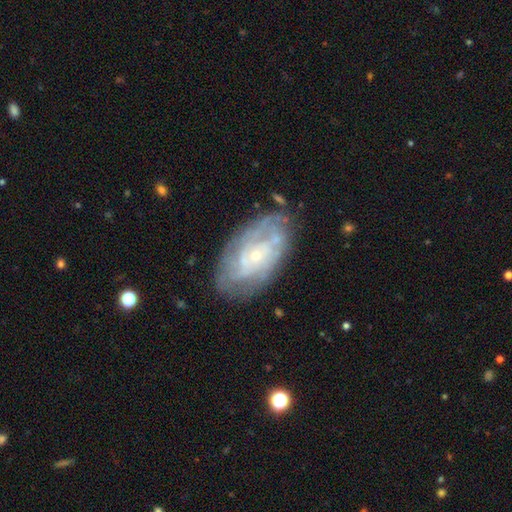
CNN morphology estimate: Smooth or featured? featured or disk (78%)
Edge-on disk? no (94%)
Bar? no (75%)
Spiral arms? yes (85%)
Spiral winding? tight (62%)
Spiral arm count? can't tell (50%)
Bulge size? small (78%)
Merging? none (72%)